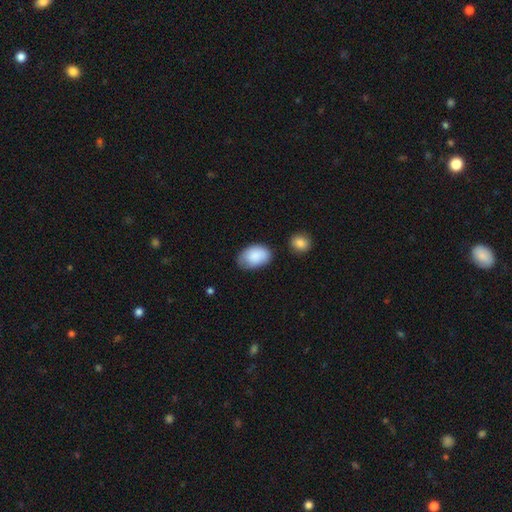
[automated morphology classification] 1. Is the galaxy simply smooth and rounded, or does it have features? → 86% smooth, 7% featured or disk, 6% star or artifact.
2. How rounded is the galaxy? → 87% in between, 12% round, 1% cigar-shaped.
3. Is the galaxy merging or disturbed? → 63% none, 27% minor disturbance, 6% major disturbance, 5% merger.